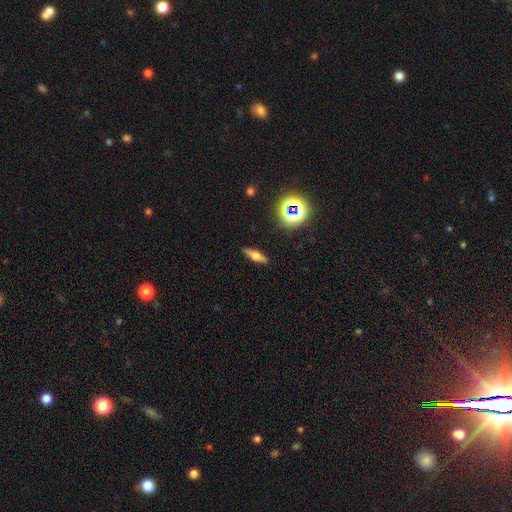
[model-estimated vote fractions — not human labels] smooth 45%, featured or disk 42%, star or artifact 13%. Down the decision tree: merging — none (89%).